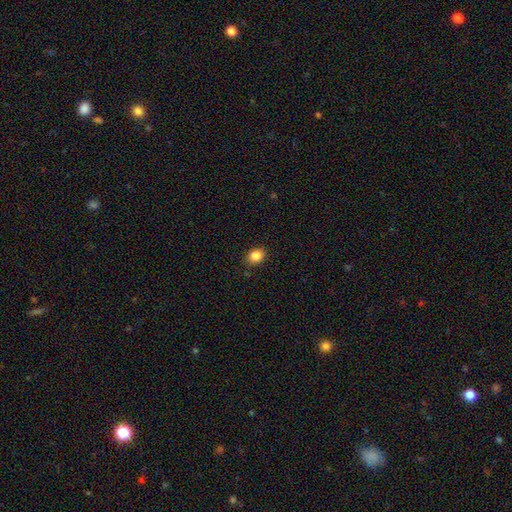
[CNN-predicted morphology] The model was most divided on "how rounded": in between: 53%, round: 46%, cigar-shaped: 1%. More confident: merging — none (86%); smooth or featured — smooth (86%).